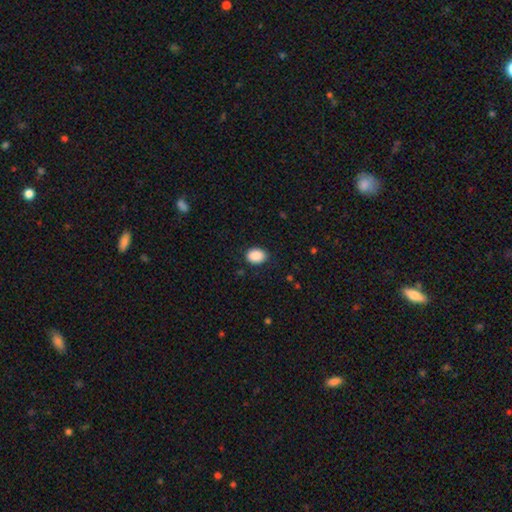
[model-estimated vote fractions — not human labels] This is clearly a smooth galaxy (90%). How rounded: likely in between (71%). Merging: clearly none (87%).